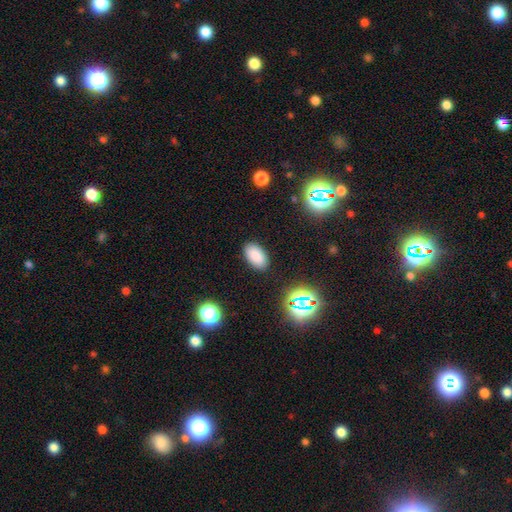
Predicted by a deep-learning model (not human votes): Smooth or featured: smooth — 84% (star or artifact — 11%)
How rounded: in between — 94% (round — 4%)
Merging: none — 88% (minor disturbance — 8%)